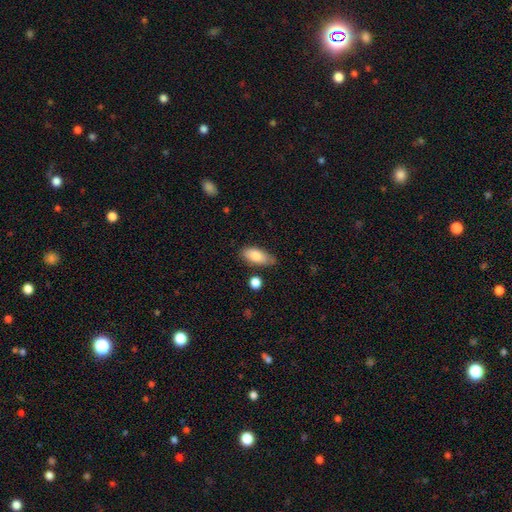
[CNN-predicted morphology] Smooth or featured: smooth — 82% (featured or disk — 12%)
How rounded: in between — 88% (cigar-shaped — 10%)
Merging: none — 68% (minor disturbance — 23%)